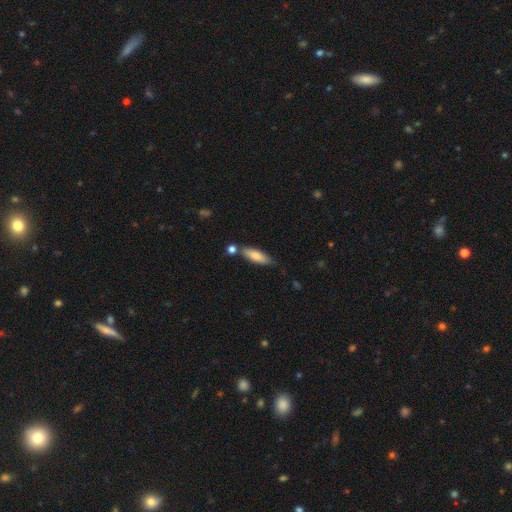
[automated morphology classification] Smooth or featured: smooth — 77% (featured or disk — 17%)
How rounded: in between — 49% (tied with cigar-shaped — 49%)
Merging: none — 68% (minor disturbance — 17%)